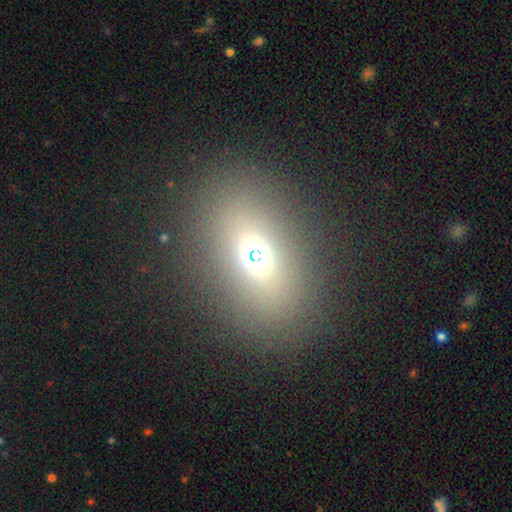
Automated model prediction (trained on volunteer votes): Smooth or featured?
  - smooth: 60% *
  - star or artifact: 22%
  - featured or disk: 18%
How rounded?
  - in between: 67% *
  - round: 30%
  - cigar-shaped: 3%
Merging?
  - none: 82% *
  - minor disturbance: 9%
  - major disturbance: 6%
  - merger: 3%